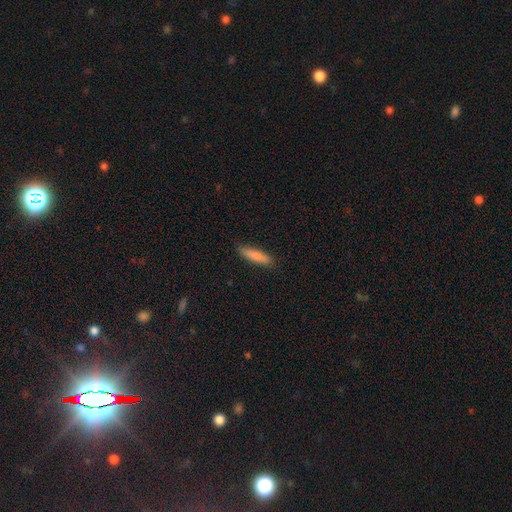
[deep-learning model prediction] The model was most divided on "how rounded": cigar-shaped: 76%, in between: 23%, round: 1%. More confident: merging — none (86%); smooth or featured — smooth (85%).